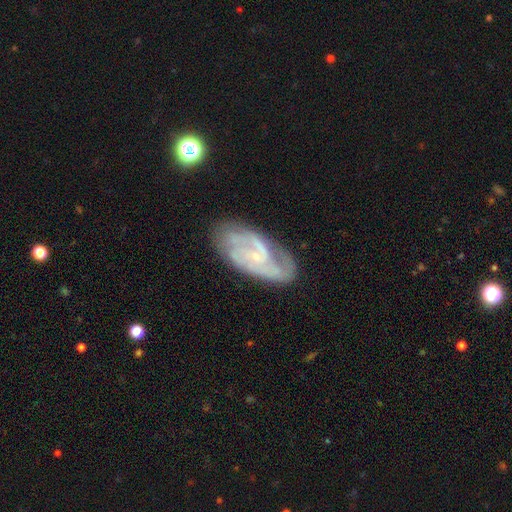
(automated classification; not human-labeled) Smooth or featured? featured or disk (83%)
Edge-on disk? no (95%)
Bar? no (52%)
Spiral arms? yes (94%)
Spiral winding? medium (44%)
Spiral arm count? 2 (51%)
Bulge size? small (79%)
Merging? none (70%)